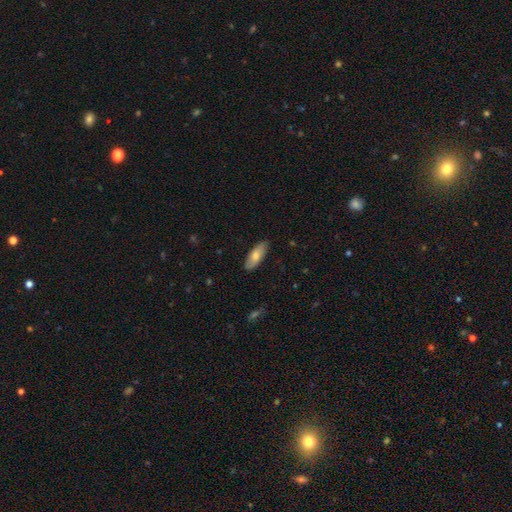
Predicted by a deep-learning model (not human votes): Overall: smooth (71%). How rounded: in between (70%). Merging: none (85%).